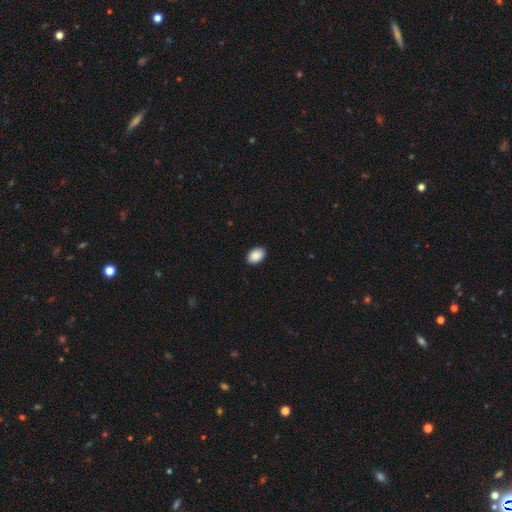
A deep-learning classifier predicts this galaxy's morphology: type=smooth (91%); roundness=in between (83%); merging=none (90%).